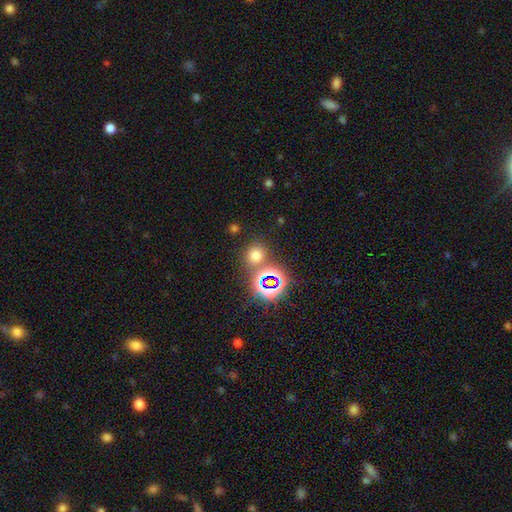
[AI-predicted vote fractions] smooth-or-featured: smooth: 62% | star or artifact: 31% | featured or disk: 6%
  how-rounded: round: 83% | in between: 16% | cigar-shaped: 1%
  merging: none: 75% | merger: 13% | minor disturbance: 8% | major disturbance: 4%